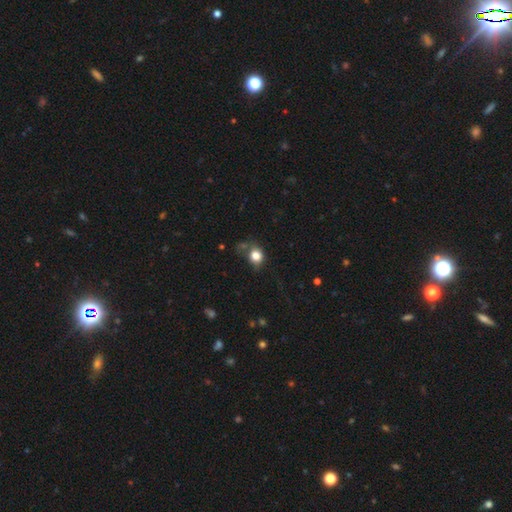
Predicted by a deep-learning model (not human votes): The model was most divided on "merging": none: 49%, minor disturbance: 26%, major disturbance: 16%, merger: 9%. More confident: smooth or featured — smooth (80%); how rounded — round (68%).